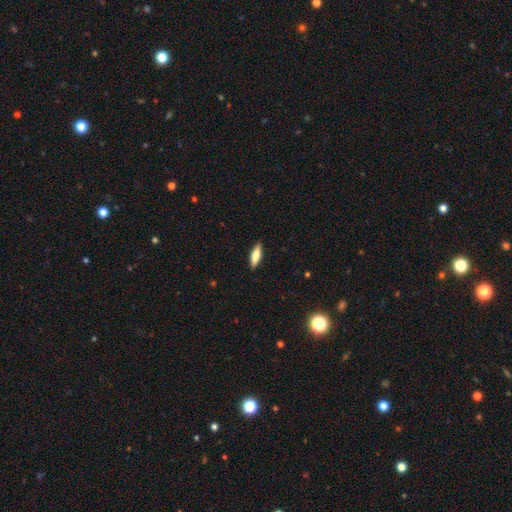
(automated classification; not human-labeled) Morphology: type=smooth (76%); roundness=cigar-shaped (58%); merging=none (89%).